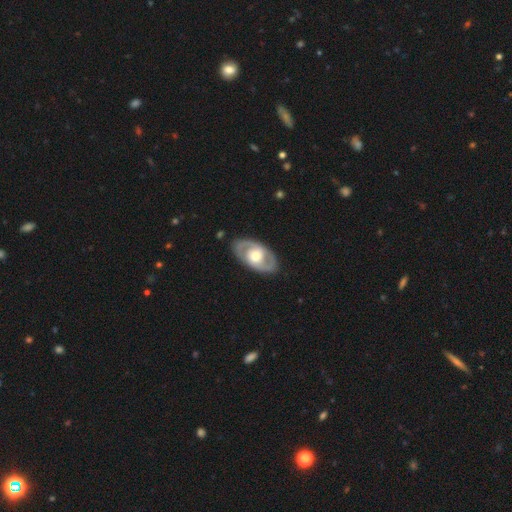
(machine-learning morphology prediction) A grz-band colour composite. It shows a featured or disk galaxy (75%) with no bar (64%), spiral arms (69%) and a moderate central bulge (68%). Merging: none (85%).